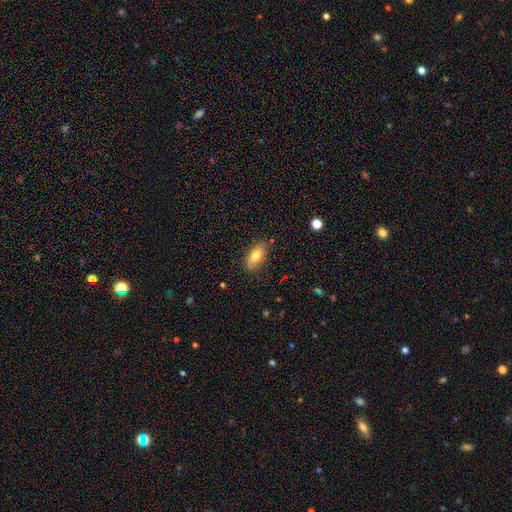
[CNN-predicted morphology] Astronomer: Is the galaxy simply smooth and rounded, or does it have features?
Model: smooth — 75%.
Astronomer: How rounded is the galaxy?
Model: in between — 87%.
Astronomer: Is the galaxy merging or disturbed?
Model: none — 82%.